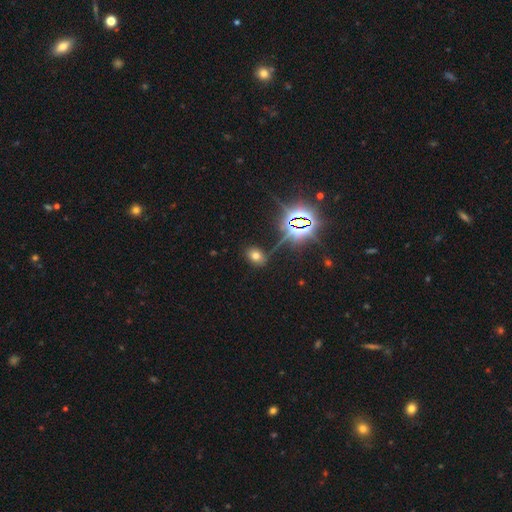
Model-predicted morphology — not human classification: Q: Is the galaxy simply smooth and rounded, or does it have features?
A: smooth — 58%.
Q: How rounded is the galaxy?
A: in between — 69%.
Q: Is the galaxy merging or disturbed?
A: none — 79%.